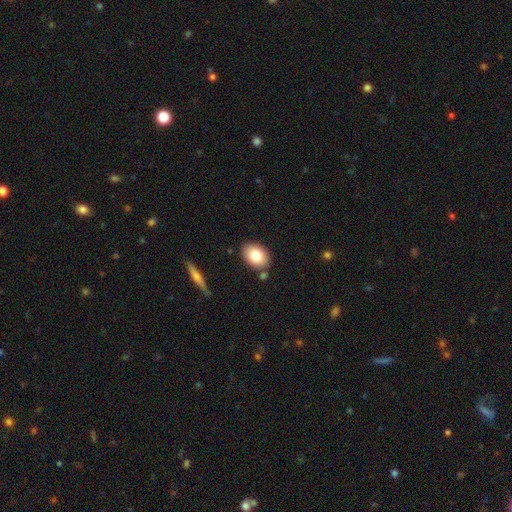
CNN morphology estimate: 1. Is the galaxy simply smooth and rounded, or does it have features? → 79% smooth, 13% featured or disk, 8% star or artifact.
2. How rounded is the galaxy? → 77% in between, 22% round, 1% cigar-shaped.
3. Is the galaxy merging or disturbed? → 81% none, 11% minor disturbance, 6% merger, 2% major disturbance.